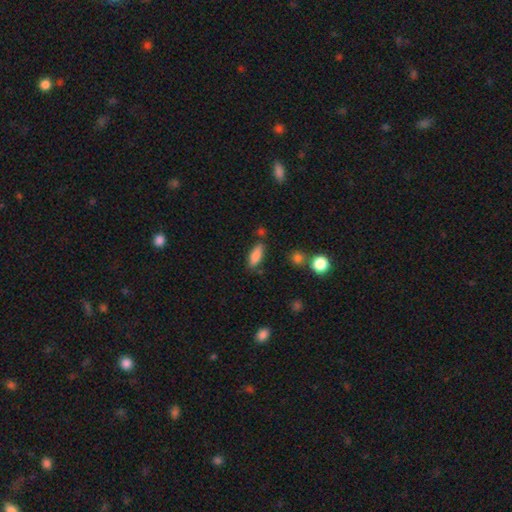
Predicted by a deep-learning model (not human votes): A smooth galaxy with no disk features (83%) that is in between round and cigar-shaped (67%).

Vote fractions:
- Smooth or featured? smooth: 83% / featured or disk: 9% / star or artifact: 8%
- How rounded? in between: 67% / cigar-shaped: 30% / round: 3%
- Merging? none: 77% / minor disturbance: 15% / merger: 5% / major disturbance: 4%